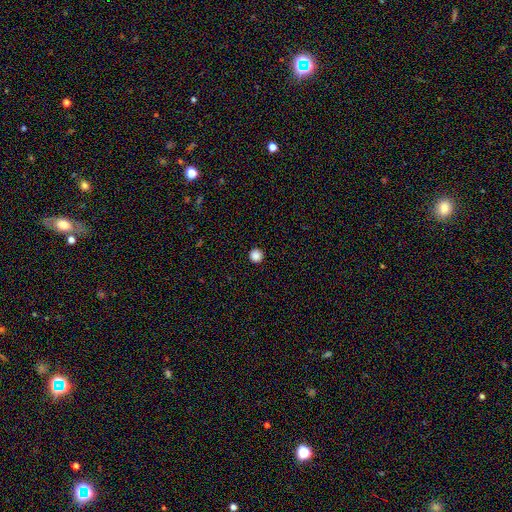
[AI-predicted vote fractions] Smooth or featured?
  - smooth: 87% *
  - star or artifact: 10%
  - featured or disk: 3%
How rounded?
  - round: 96% *
  - in between: 3%
  - cigar-shaped: 1%
Merging?
  - none: 94% *
  - minor disturbance: 4%
  - major disturbance: 1%
  - merger: 1%